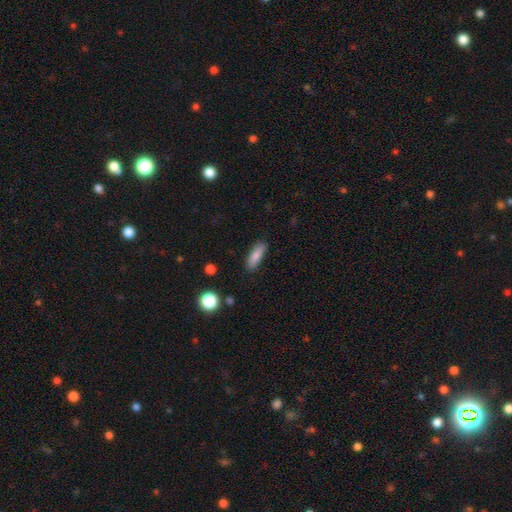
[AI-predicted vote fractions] Smooth or featured?
  - smooth: 82% *
  - featured or disk: 10%
  - star or artifact: 8%
How rounded?
  - in between: 49% *
  - cigar-shaped: 48%
  - round: 2%
Merging?
  - none: 83% *
  - minor disturbance: 12%
  - major disturbance: 3%
  - merger: 2%